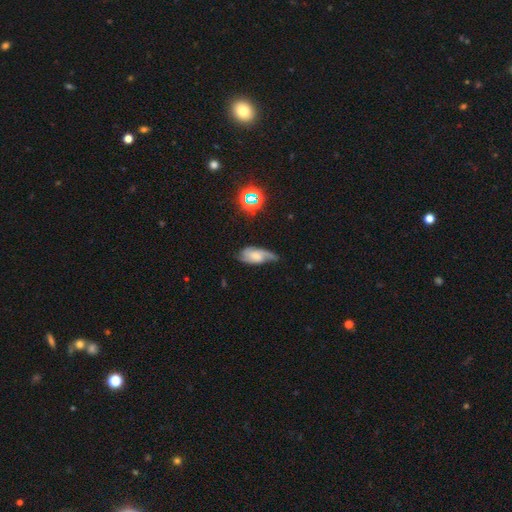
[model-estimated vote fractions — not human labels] This appears to be a featured or disk galaxy (59%) with no bar (62%), spiral arms (91%) and a moderate central bulge (32%). Merging: none (51%).